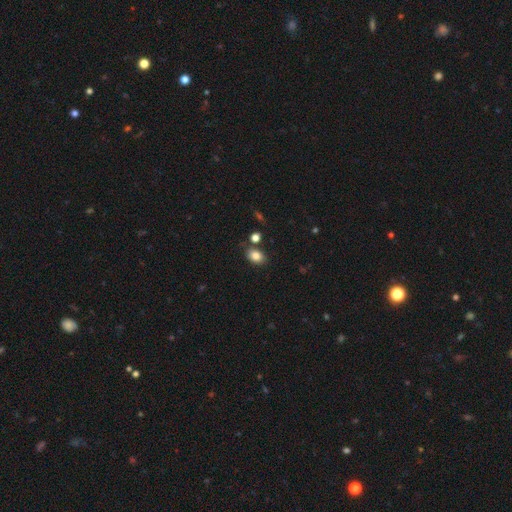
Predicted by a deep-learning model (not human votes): smooth-or-featured: smooth: 83% | star or artifact: 10% | featured or disk: 8%
  how-rounded: in between: 77% | round: 21% | cigar-shaped: 1%
  merging: none: 77% | minor disturbance: 12% | merger: 8% | major disturbance: 3%